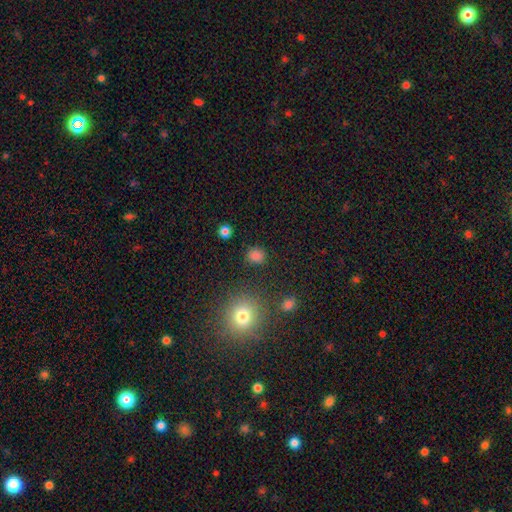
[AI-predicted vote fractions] Q: Smooth or featured?
A: smooth (80%); runner-up: star or artifact (15%)
Q: How rounded?
A: round (73%); runner-up: in between (26%)
Q: Merging?
A: none (83%); runner-up: minor disturbance (11%)